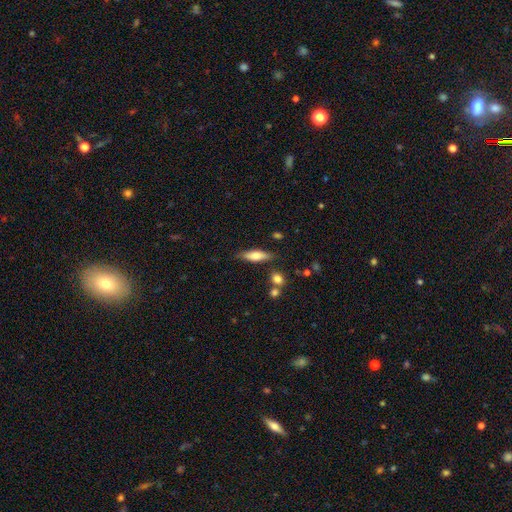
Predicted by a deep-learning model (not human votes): This is likely a smooth galaxy (65%). How rounded: possibly cigar-shaped (53%). Merging: clearly none (80%).